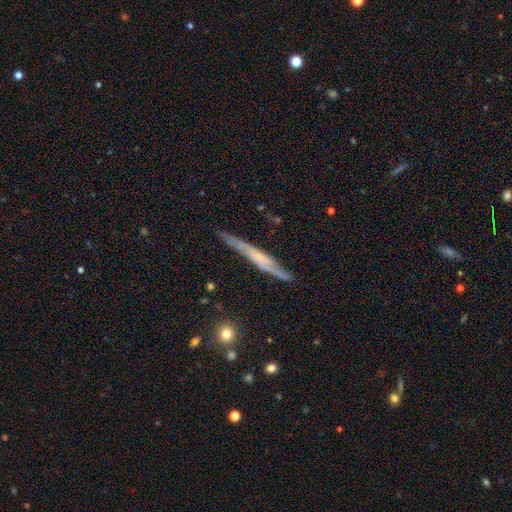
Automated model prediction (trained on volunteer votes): Overall: featured or disk (67%). Edge-on disk: yes (95%). Edge-on bulge: rounded (46%; none 39%). Merging: none (83%).